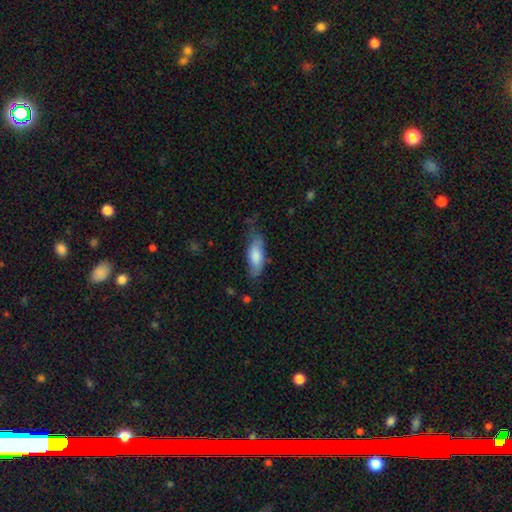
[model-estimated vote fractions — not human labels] smooth_or_featured: smooth (p=0.77) [alt: featured or disk p=0.18]
how_rounded: in between (p=0.71) [alt: cigar-shaped p=0.27]
merging: none (p=0.56) [alt: minor disturbance p=0.31]